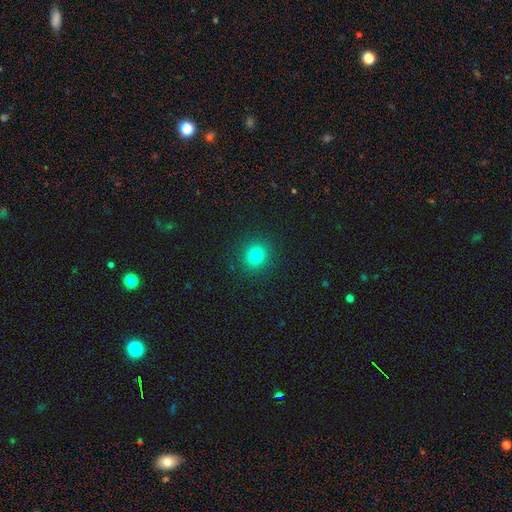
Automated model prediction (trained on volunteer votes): Smooth or featured? smooth (80%)
How rounded? round (87%)
Merging? none (91%)